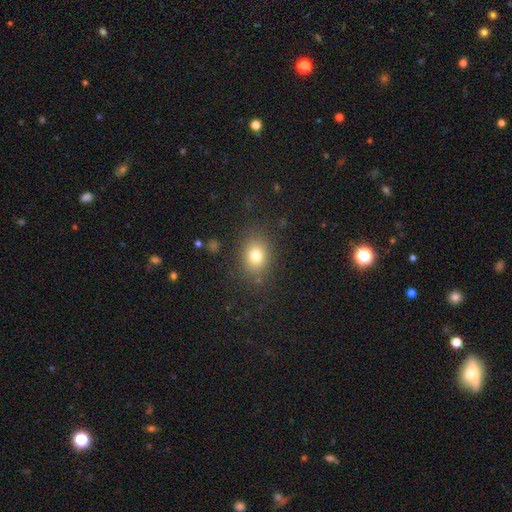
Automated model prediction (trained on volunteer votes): Smooth or featured: smooth — 77% (star or artifact — 13%)
How rounded: round — 50% (in between — 49%)
Merging: none — 83% (minor disturbance — 11%)